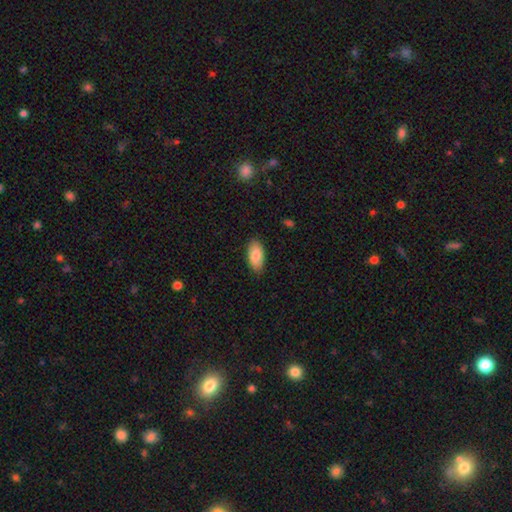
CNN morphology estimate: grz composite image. It shows a smooth galaxy with no disk features (86%) that is in between round and cigar-shaped (93%). Merging: none (86%).